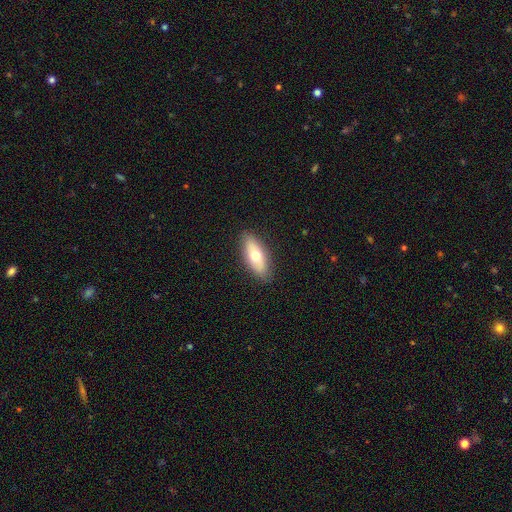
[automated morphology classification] A smooth galaxy with no disk features (64%) that is in between round and cigar-shaped (73%). Merging: none (88%).